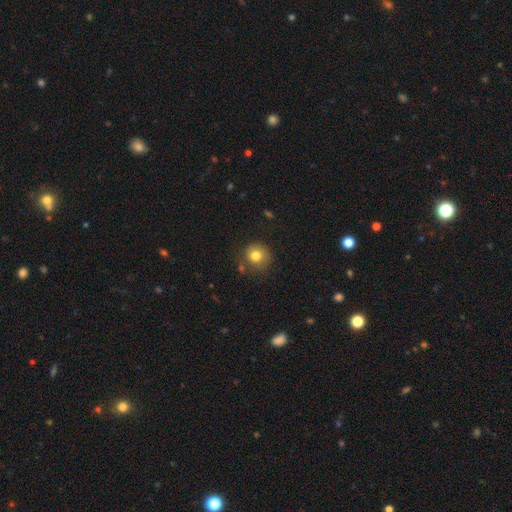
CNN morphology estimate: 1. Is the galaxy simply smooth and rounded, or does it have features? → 80% smooth, 11% star or artifact, 9% featured or disk.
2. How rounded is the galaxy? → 89% round, 10% in between, 1% cigar-shaped.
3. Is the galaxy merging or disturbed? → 74% none, 17% minor disturbance, 5% major disturbance, 4% merger.